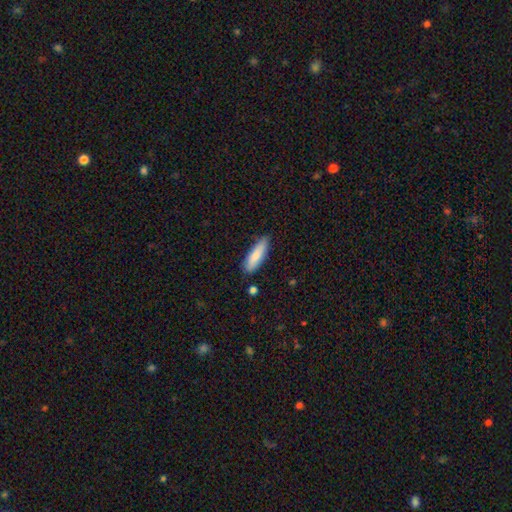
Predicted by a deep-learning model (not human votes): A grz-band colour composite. It shows a smooth galaxy with no disk features (82%) that is cigar-shaped (52%). Merging: none (78%).